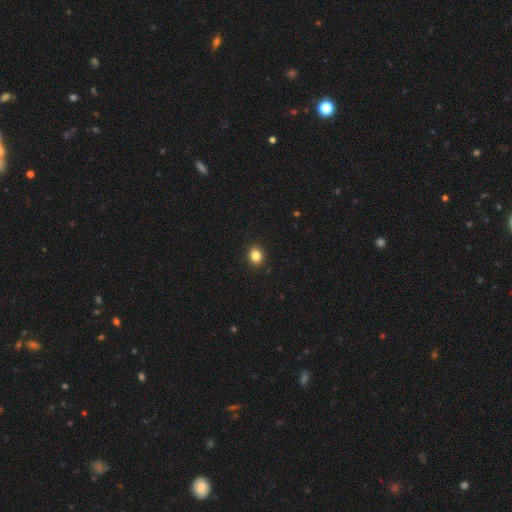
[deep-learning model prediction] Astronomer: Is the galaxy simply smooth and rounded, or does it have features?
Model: smooth — 84%.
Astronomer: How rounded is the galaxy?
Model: round — 70%.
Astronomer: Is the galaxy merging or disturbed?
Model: none — 92%.